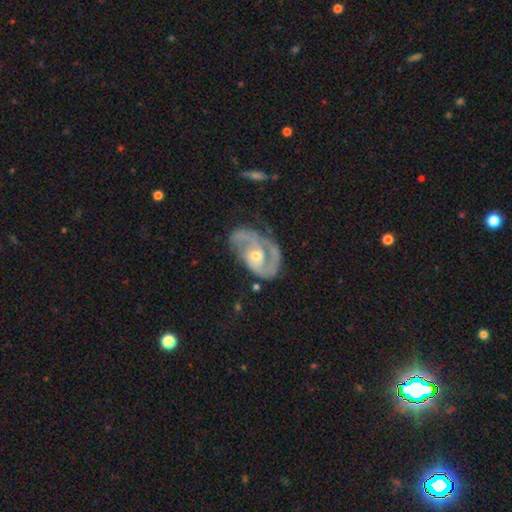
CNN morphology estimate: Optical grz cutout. It shows a featured or disk galaxy (86%) with no bar (66%), 2 (63%) tight (45%) spiral arms (93%) and a moderate central bulge (56%). Merging: none (54%).